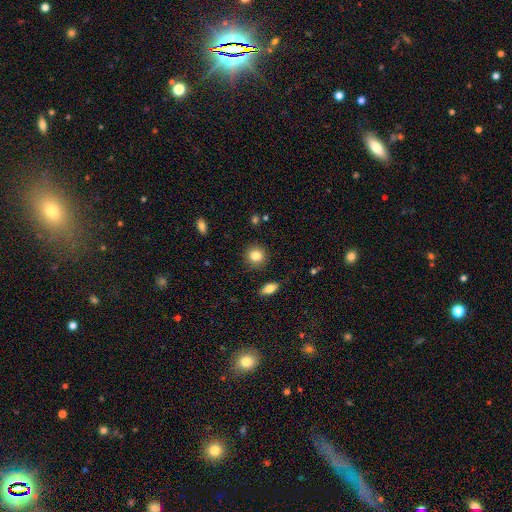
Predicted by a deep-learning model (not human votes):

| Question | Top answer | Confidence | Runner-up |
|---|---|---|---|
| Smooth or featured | smooth | 84% | star or artifact (9%) |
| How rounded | round | 87% | in between (12%) |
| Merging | none | 88% | minor disturbance (8%) |